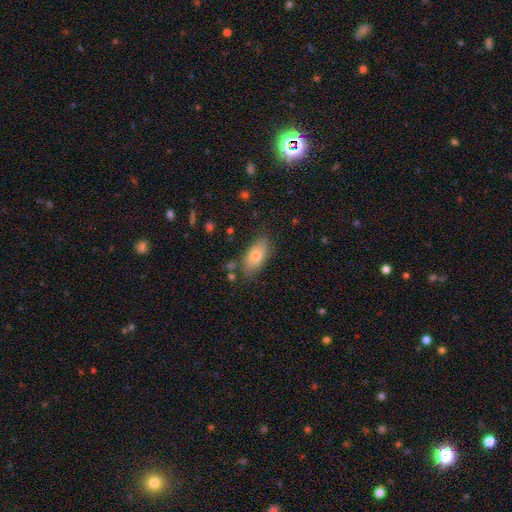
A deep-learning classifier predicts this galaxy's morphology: Smooth or featured: smooth — 76% (featured or disk — 16%)
How rounded: in between — 88% (cigar-shaped — 8%)
Merging: none — 78% (minor disturbance — 16%)